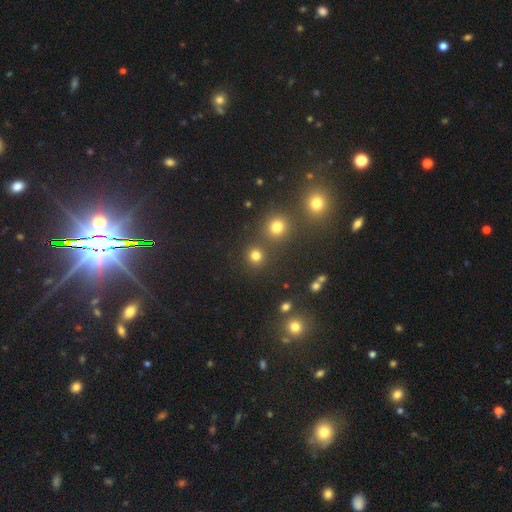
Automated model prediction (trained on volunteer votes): smooth-or-featured: smooth: 76% | star or artifact: 18% | featured or disk: 5%
  how-rounded: round: 90% | in between: 9% | cigar-shaped: 1%
  merging: none: 78% | merger: 12% | minor disturbance: 7% | major disturbance: 3%